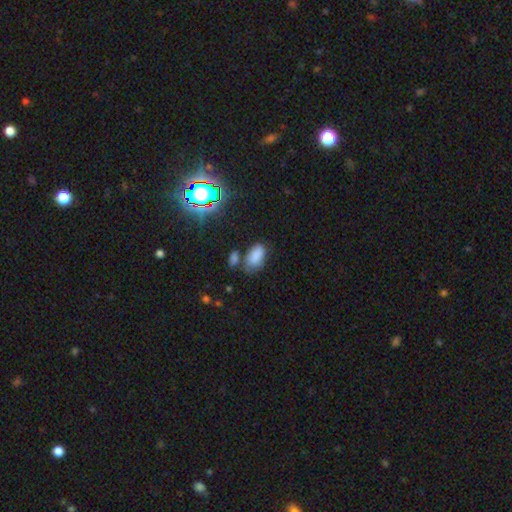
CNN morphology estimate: A smooth galaxy with no disk features (79%) that is in between round and cigar-shaped (93%). Merging: none (55%).